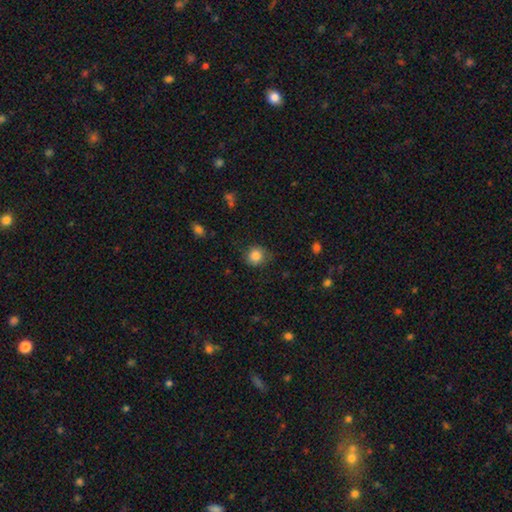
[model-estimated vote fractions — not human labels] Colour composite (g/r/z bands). It shows a smooth galaxy with no disk features (85%) that is round (87%). Merging: none (81%).